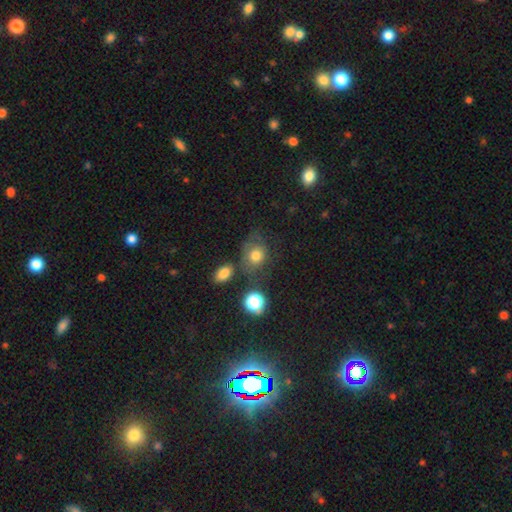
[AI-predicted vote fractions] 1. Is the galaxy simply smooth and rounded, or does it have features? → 74% smooth, 13% star or artifact, 12% featured or disk.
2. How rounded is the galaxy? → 61% round, 38% in between, 1% cigar-shaped.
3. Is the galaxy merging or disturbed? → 55% none, 21% minor disturbance, 12% merger, 12% major disturbance.